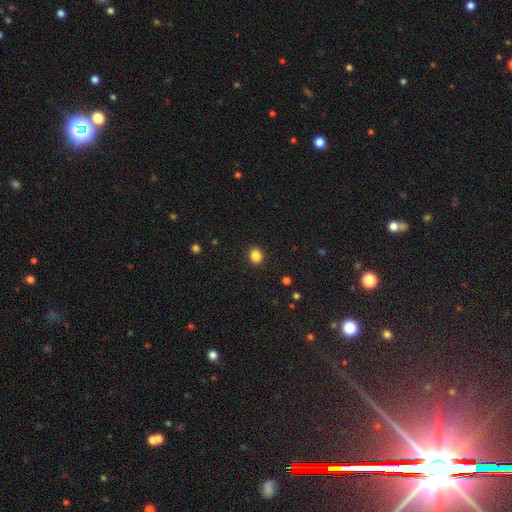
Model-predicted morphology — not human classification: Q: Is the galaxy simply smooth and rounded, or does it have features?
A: smooth — 86%.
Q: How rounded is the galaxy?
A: round — 62%.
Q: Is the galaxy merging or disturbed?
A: none — 91%.